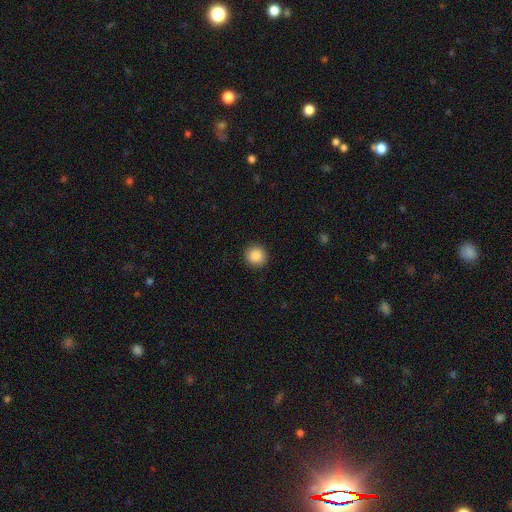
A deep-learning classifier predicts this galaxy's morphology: A smooth galaxy with no disk features (88%) that is round (94%). Merging: none (92%).